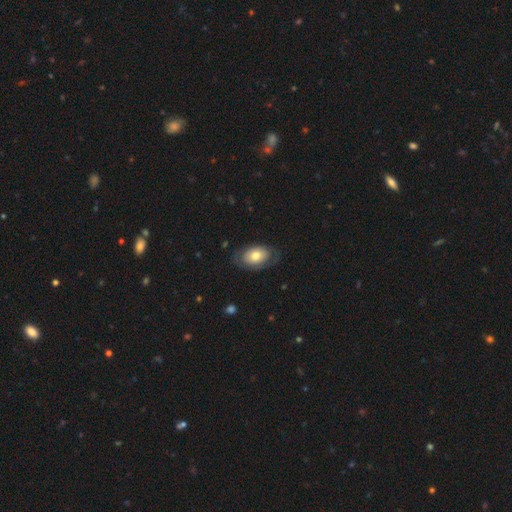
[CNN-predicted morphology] Smooth or featured?
  - smooth: 59% *
  - featured or disk: 35%
  - star or artifact: 6%
How rounded?
  - in between: 88% *
  - round: 11%
  - cigar-shaped: 1%
Merging?
  - none: 71% *
  - minor disturbance: 19%
  - major disturbance: 9%
  - merger: 1%